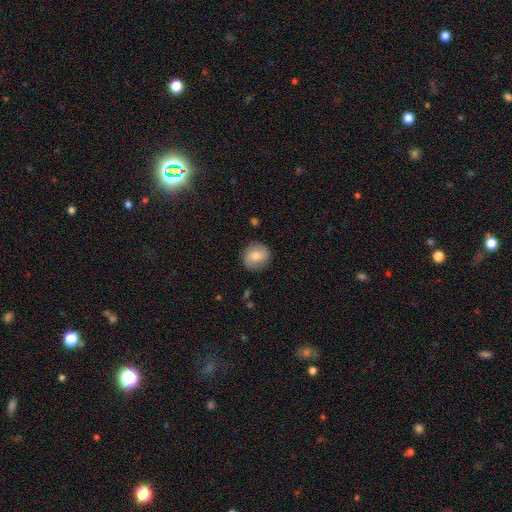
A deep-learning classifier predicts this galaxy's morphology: smooth 70%, featured or disk 22%, star or artifact 8%. Down the decision tree: how rounded — round (89%); merging — none (87%).